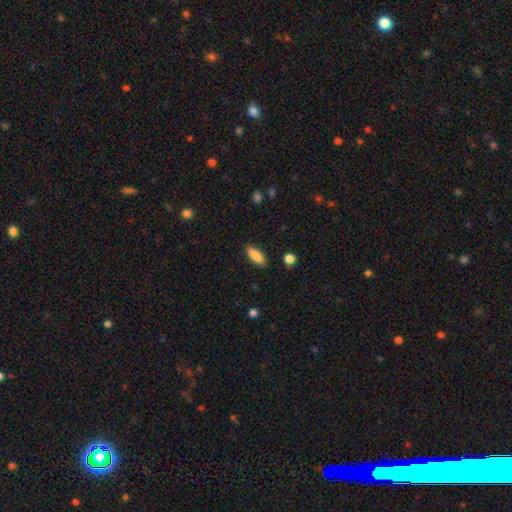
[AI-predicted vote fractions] A smooth galaxy with no disk features (86%) that is in between round and cigar-shaped (73%). Merging: none (87%).